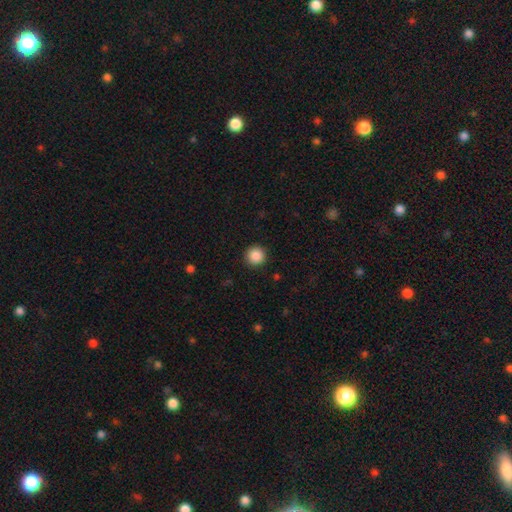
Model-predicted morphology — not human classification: smooth_or_featured: smooth (p=0.88) [alt: star or artifact p=0.10]
how_rounded: round (p=0.96) [alt: in between p=0.03]
merging: none (p=0.92) [alt: minor disturbance p=0.05]